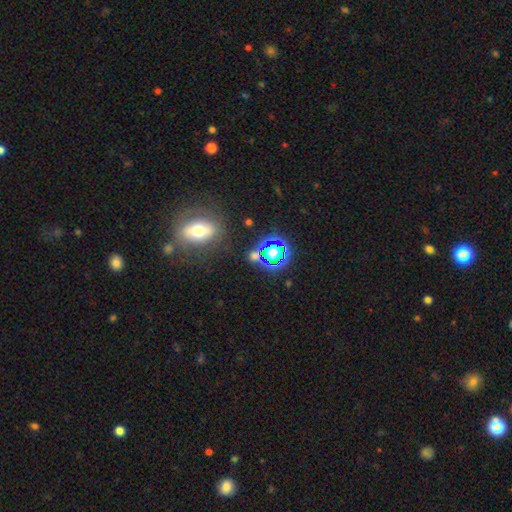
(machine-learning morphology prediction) Smooth or featured?
  - star or artifact: 54% *
  - smooth: 35%
  - featured or disk: 10%